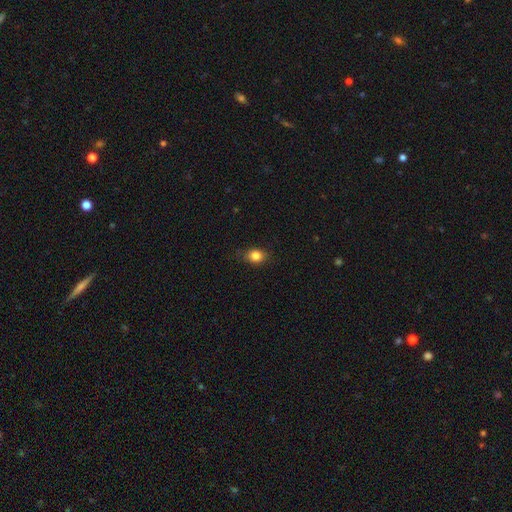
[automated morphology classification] smooth-or-featured: smooth: 83% | star or artifact: 10% | featured or disk: 7%
  how-rounded: in between: 52% | round: 46% | cigar-shaped: 2%
  merging: none: 81% | minor disturbance: 15% | major disturbance: 3% | merger: 1%